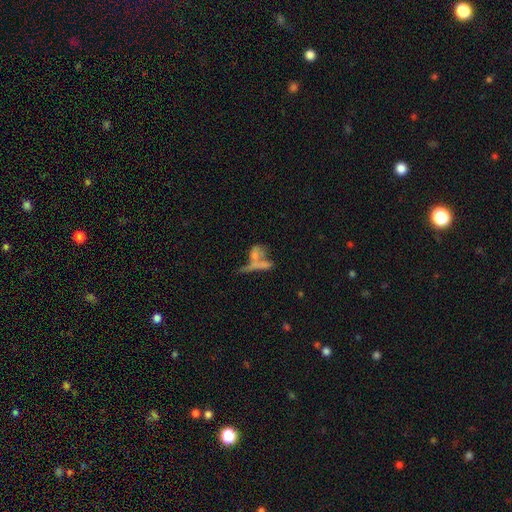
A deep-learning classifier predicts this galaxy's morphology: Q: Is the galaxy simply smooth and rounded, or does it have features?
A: smooth — 45%.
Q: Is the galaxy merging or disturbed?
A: merger — 48%.